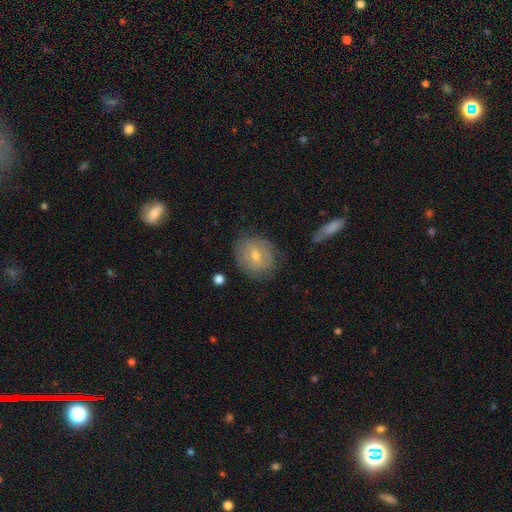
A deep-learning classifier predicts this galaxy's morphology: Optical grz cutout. It shows a smooth galaxy with no disk features (50%). Merging: none (78%).